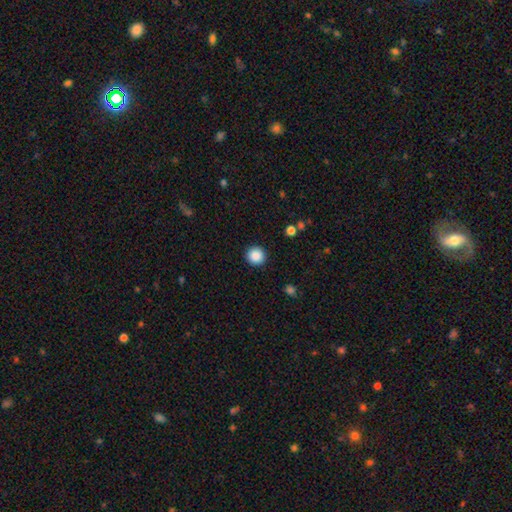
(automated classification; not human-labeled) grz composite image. It shows a smooth galaxy with no disk features (88%) that is round (95%). Merging: none (93%).